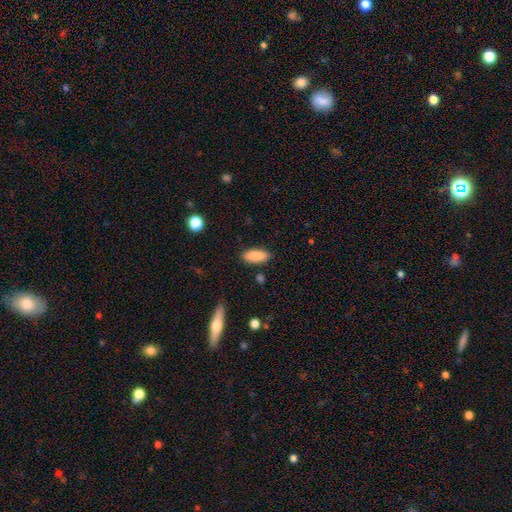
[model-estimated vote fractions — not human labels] The model was most divided on "how rounded": in between: 79%, cigar-shaped: 19%, round: 2%. More confident: smooth or featured — smooth (89%); merging — none (86%).